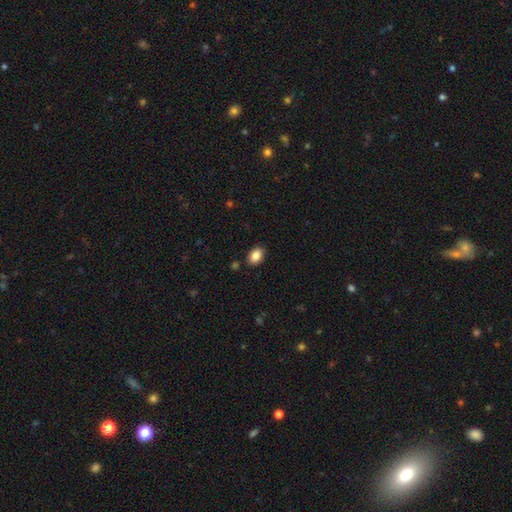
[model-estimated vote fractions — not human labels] A smooth galaxy with no disk features (86%) that is in between round and cigar-shaped (81%).

Vote fractions:
- Smooth or featured? smooth: 86% / star or artifact: 8% / featured or disk: 5%
- How rounded? in between: 81% / round: 18% / cigar-shaped: 1%
- Merging? none: 87% / minor disturbance: 9% / major disturbance: 2% / merger: 2%